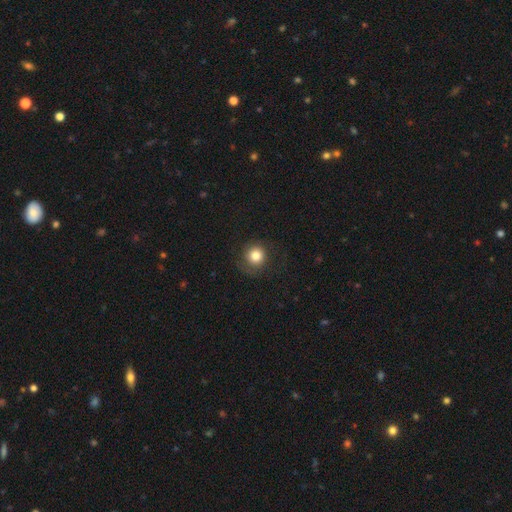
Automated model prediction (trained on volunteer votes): Q: Smooth or featured?
A: smooth (81%); runner-up: star or artifact (9%)
Q: How rounded?
A: round (92%); runner-up: in between (7%)
Q: Merging?
A: none (77%); runner-up: minor disturbance (14%)